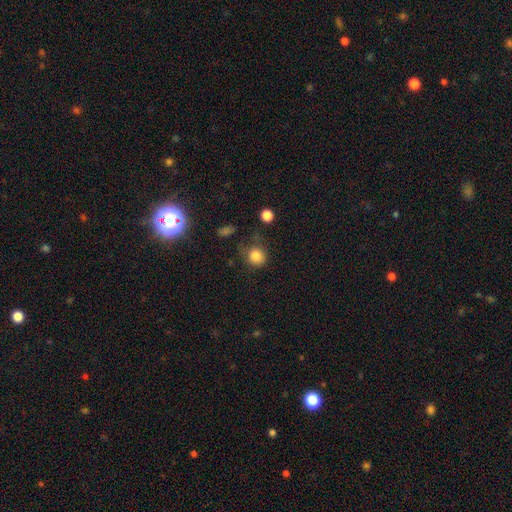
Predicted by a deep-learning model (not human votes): Smooth or featured? Predicted: smooth (p=0.82). How rounded? Predicted: round (p=0.84). Merging? Predicted: none (p=0.61).